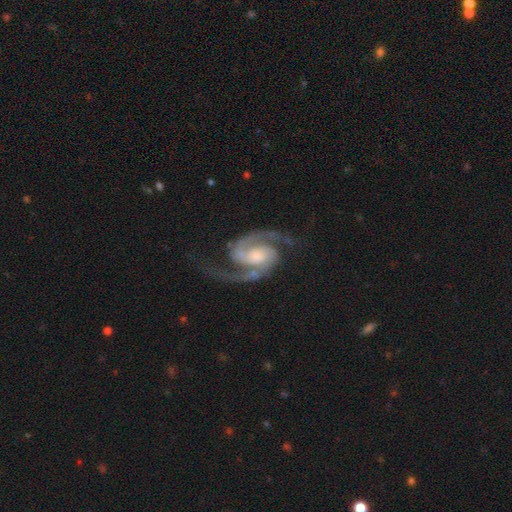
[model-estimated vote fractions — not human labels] Morphology: type=featured or disk (94%); edge-on=no (98%); bar=no (51%); spiral arms=yes (99%); winding=medium (62%); arm count=2 (95%); bulge=moderate (40%); merging=none (77%).